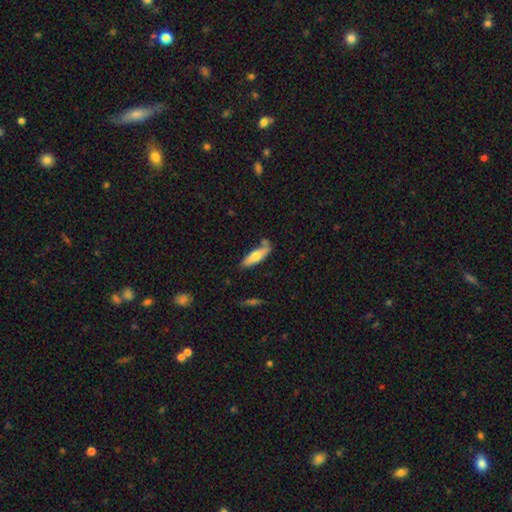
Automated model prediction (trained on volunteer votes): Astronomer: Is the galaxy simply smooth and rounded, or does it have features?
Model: smooth — 65%.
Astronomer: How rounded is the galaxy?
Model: cigar-shaped — 55% (runner-up: in between, 43%).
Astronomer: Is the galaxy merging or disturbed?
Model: none — 64%.